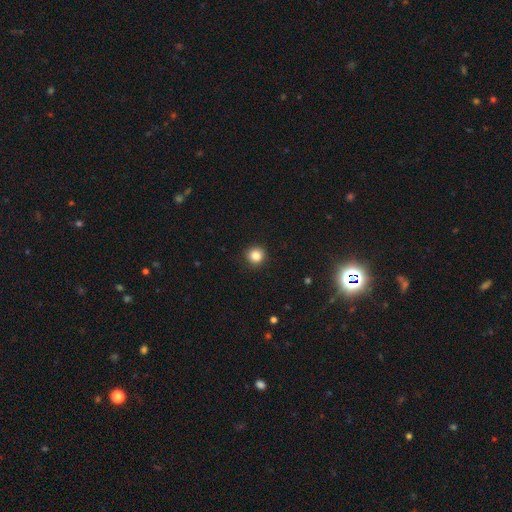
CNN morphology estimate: A smooth galaxy with no disk features (85%) that is round (93%).

Vote fractions:
- Smooth or featured? smooth: 85% / star or artifact: 11% / featured or disk: 4%
- How rounded? round: 93% / in between: 6% / cigar-shaped: 1%
- Merging? none: 91% / minor disturbance: 6% / major disturbance: 2% / merger: 1%